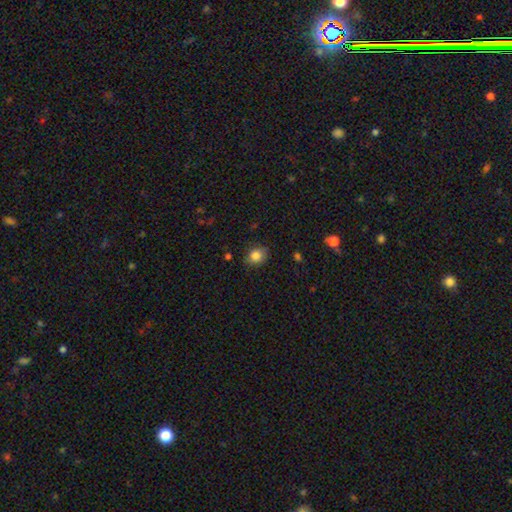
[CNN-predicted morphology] Smooth or featured: smooth — 83% (star or artifact — 10%)
How rounded: round — 56% (in between — 43%)
Merging: none — 80% (minor disturbance — 16%)